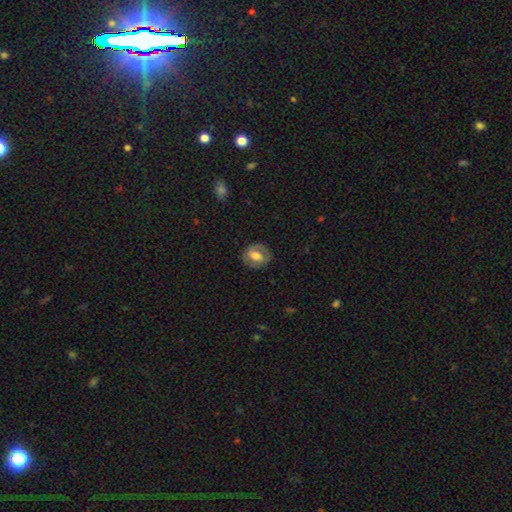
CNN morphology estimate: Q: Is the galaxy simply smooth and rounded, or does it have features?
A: smooth — 53%.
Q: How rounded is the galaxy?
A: round — 61%.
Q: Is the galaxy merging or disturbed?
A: none — 80%.